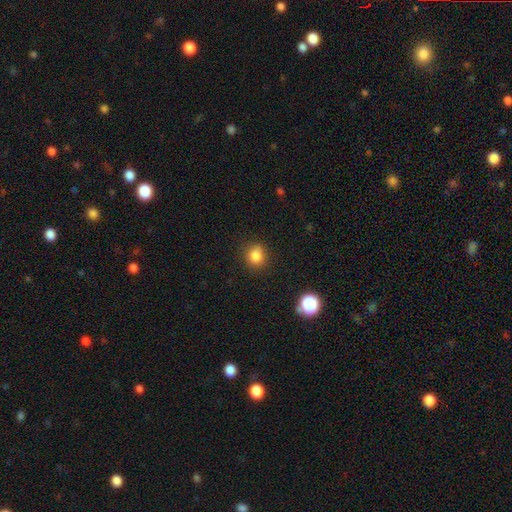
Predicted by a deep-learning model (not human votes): smooth_or_featured: smooth (p=0.84) [alt: star or artifact p=0.12]
how_rounded: round (p=0.80) [alt: in between p=0.19]
merging: none (p=0.86) [alt: minor disturbance p=0.10]